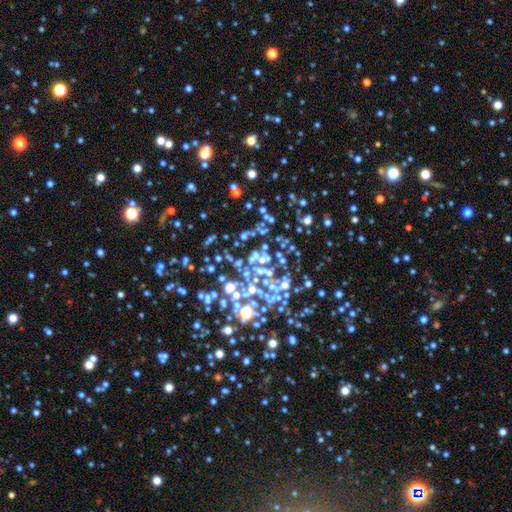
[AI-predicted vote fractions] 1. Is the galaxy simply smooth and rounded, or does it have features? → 52% star or artifact, 24% smooth, 24% featured or disk.